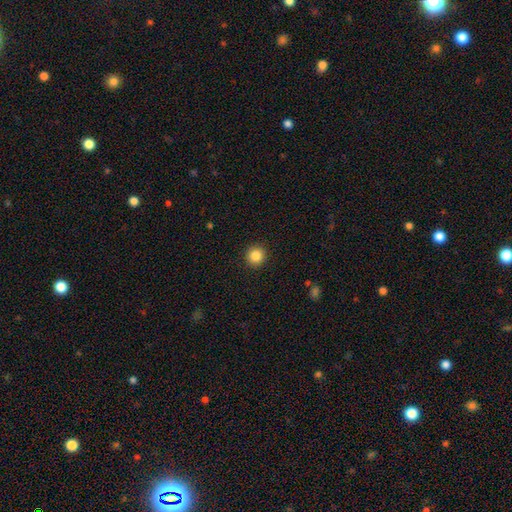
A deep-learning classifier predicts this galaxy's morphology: Smooth or featured: smooth — 85% (star or artifact — 10%)
How rounded: round — 93% (in between — 6%)
Merging: none — 92% (minor disturbance — 5%)